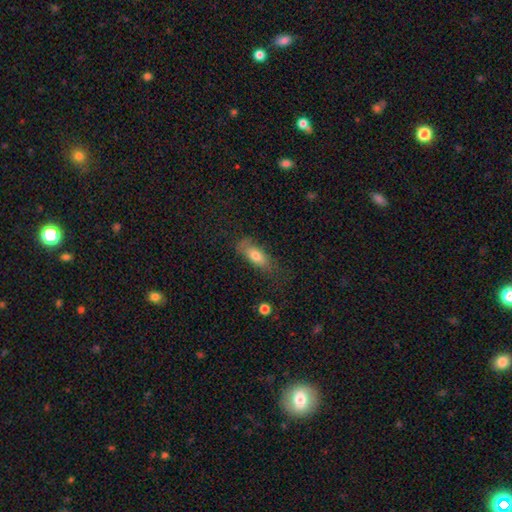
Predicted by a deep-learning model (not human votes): Smooth or featured?
  - smooth: 74% *
  - featured or disk: 19%
  - star or artifact: 8%
How rounded?
  - in between: 71% *
  - cigar-shaped: 26%
  - round: 3%
Merging?
  - none: 60% *
  - minor disturbance: 26%
  - major disturbance: 12%
  - merger: 2%